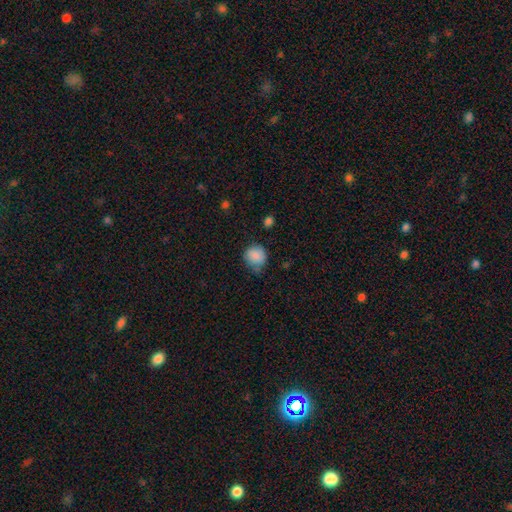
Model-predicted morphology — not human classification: smooth 86%, star or artifact 9%, featured or disk 6%. Down the decision tree: how rounded — round (79%); merging — none (59%).